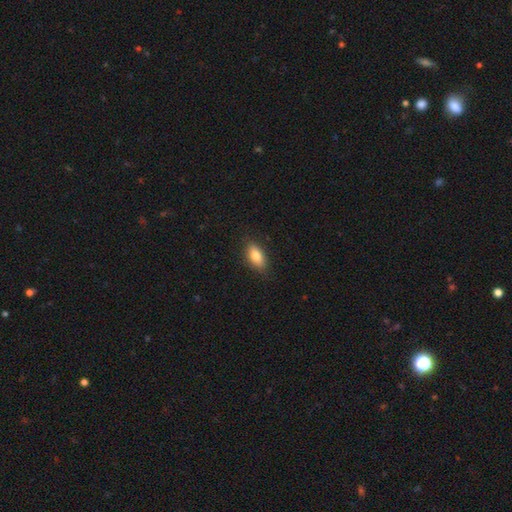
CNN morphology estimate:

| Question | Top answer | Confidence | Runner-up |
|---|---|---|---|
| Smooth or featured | smooth | 81% | featured or disk (12%) |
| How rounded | in between | 87% | cigar-shaped (8%) |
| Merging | none | 85% | minor disturbance (11%) |